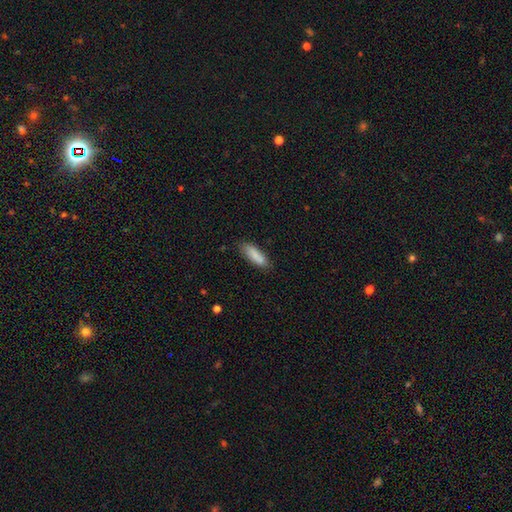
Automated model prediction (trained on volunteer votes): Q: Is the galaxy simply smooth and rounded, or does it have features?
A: smooth — 85%.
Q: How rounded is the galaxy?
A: in between — 50%.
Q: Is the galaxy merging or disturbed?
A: none — 78%.